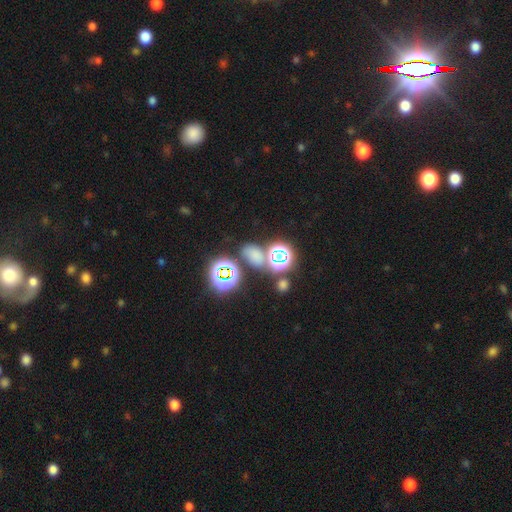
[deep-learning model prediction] Smooth or featured? Predicted: smooth (p=0.48). Merging? Predicted: none (p=0.63).